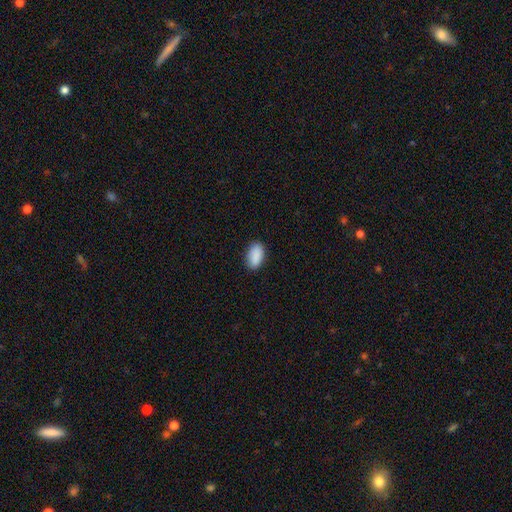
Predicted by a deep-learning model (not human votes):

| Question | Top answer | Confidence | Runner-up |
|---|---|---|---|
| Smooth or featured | smooth | 90% | star or artifact (7%) |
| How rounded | in between | 93% | round (4%) |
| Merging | none | 87% | minor disturbance (10%) |